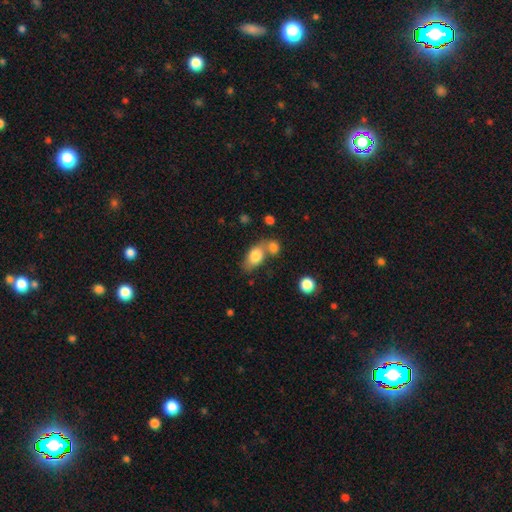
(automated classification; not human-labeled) A smooth galaxy with no disk features (79%) that is in between round and cigar-shaped (83%).

Vote fractions:
- Smooth or featured? smooth: 79% / featured or disk: 14% / star or artifact: 7%
- How rounded? in between: 83% / round: 13% / cigar-shaped: 4%
- Merging? none: 42% / merger: 38% / minor disturbance: 14% / major disturbance: 6%